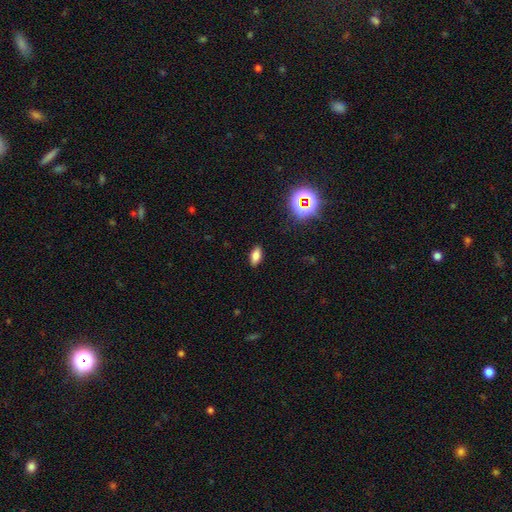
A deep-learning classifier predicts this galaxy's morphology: Smooth or featured: smooth — 77% (star or artifact — 14%)
How rounded: in between — 84% (cigar-shaped — 11%)
Merging: none — 88% (minor disturbance — 8%)